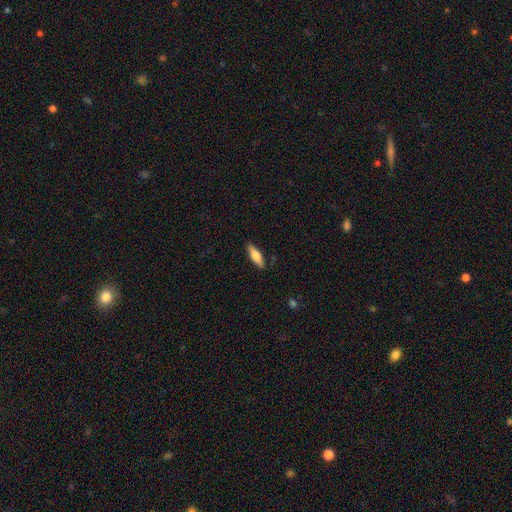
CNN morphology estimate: Smooth or featured?
  - smooth: 62% *
  - featured or disk: 32%
  - star or artifact: 6%
How rounded?
  - cigar-shaped: 53% *
  - in between: 45%
  - round: 2%
Merging?
  - none: 88% *
  - minor disturbance: 9%
  - major disturbance: 2%
  - merger: 1%